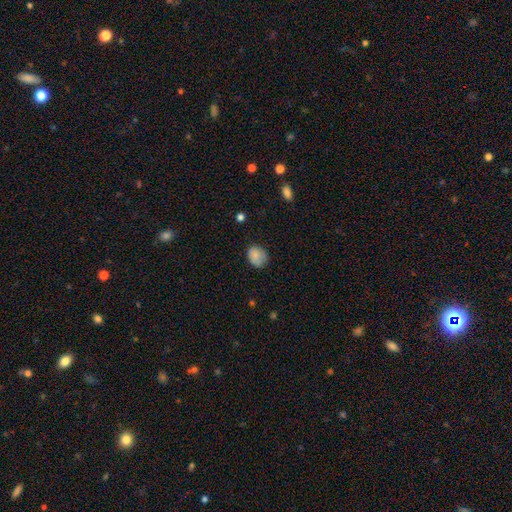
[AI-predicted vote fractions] Q: Smooth or featured?
A: smooth (85%); runner-up: star or artifact (9%)
Q: How rounded?
A: round (53%); runner-up: in between (47%)
Q: Merging?
A: none (68%); runner-up: minor disturbance (25%)